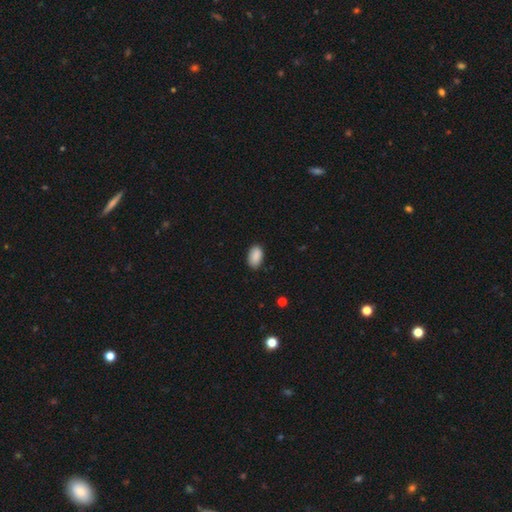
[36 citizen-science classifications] Smooth or featured? 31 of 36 (86%) said smooth. How rounded? 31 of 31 (100%) said in between. Merging? 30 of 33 (91%) said none.